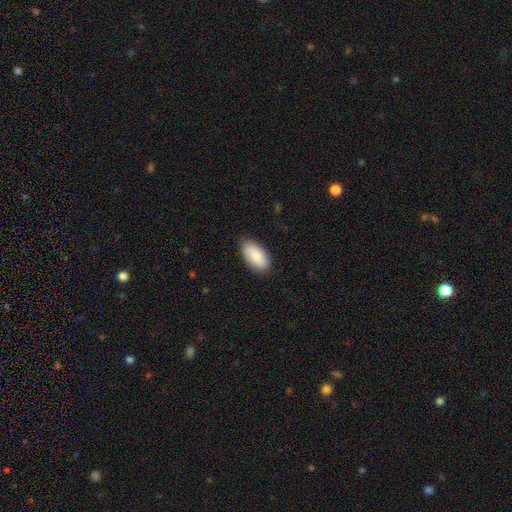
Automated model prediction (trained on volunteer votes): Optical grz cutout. It shows a smooth galaxy with no disk features (85%) that is in between round and cigar-shaped (94%). Merging: none (82%).